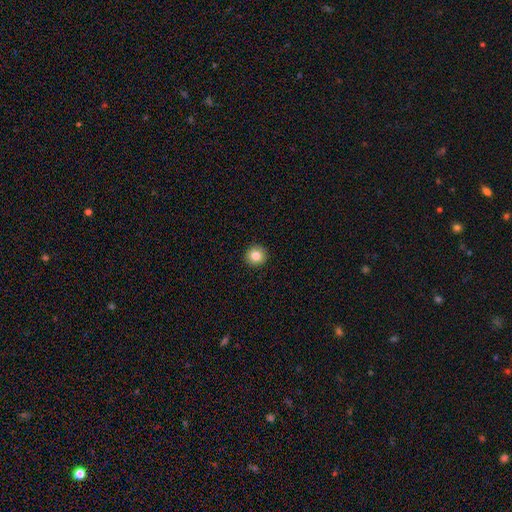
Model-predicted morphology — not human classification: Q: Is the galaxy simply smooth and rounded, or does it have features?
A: smooth — 84%.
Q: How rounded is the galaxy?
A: round — 93%.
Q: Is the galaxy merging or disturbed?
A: none — 93%.